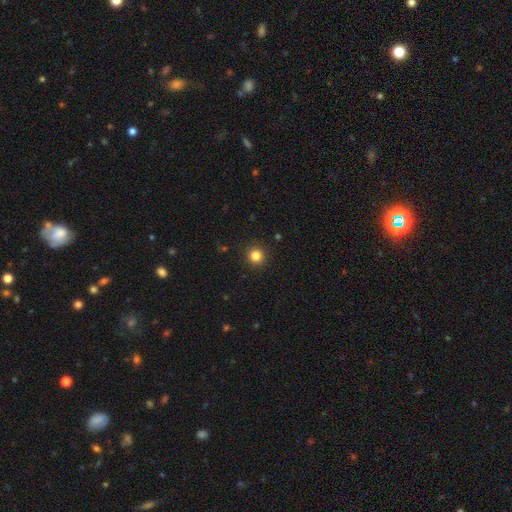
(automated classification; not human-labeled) The model was most divided on "smooth or featured": smooth: 84%, star or artifact: 12%, featured or disk: 4%. More confident: how rounded — round (95%); merging — none (92%).